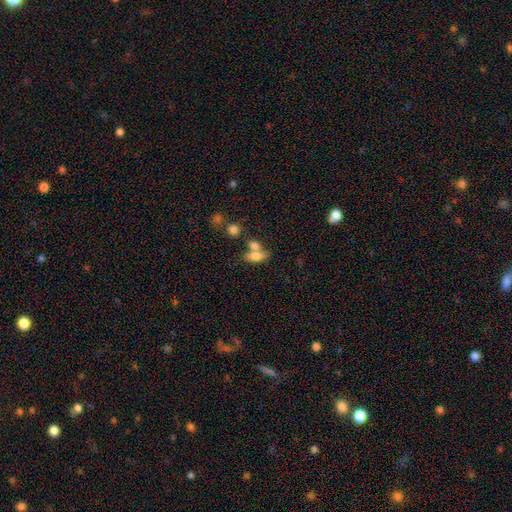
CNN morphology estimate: Q: Smooth or featured?
A: smooth (73%); runner-up: featured or disk (17%)
Q: How rounded?
A: in between (78%); runner-up: cigar-shaped (12%)
Q: Merging?
A: merger (42%); runner-up: none (41%)